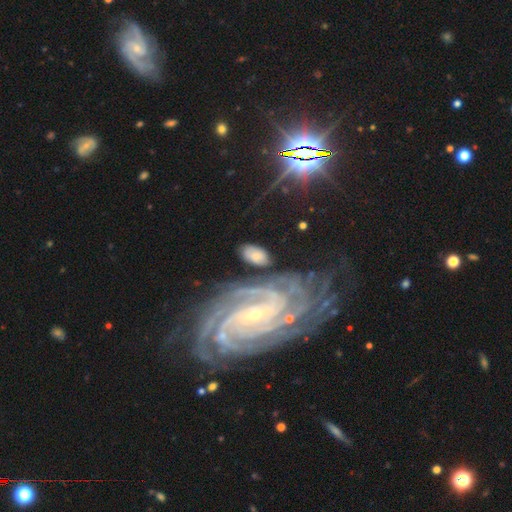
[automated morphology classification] smooth_or_featured: smooth (p=0.58) [alt: featured or disk p=0.34]
how_rounded: in between (p=0.90) [alt: round p=0.07]
merging: none (p=0.67) [alt: minor disturbance p=0.17]